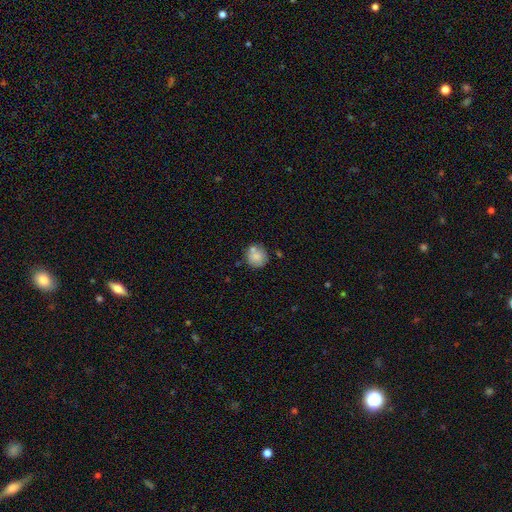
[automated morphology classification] A smooth galaxy with no disk features (79%) that is round (90%).

Vote fractions:
- Smooth or featured? smooth: 79% / featured or disk: 13% / star or artifact: 8%
- How rounded? round: 90% / in between: 9% / cigar-shaped: 1%
- Merging? none: 67% / minor disturbance: 15% / merger: 14% / major disturbance: 4%